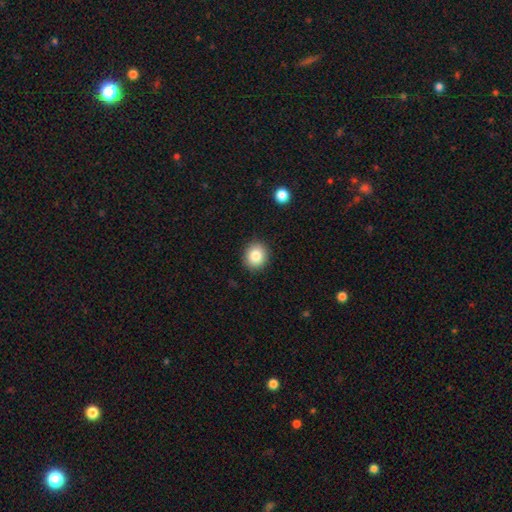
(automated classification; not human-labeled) Smooth or featured: smooth — 84% (star or artifact — 9%)
How rounded: round — 83% (in between — 16%)
Merging: none — 90% (minor disturbance — 7%)